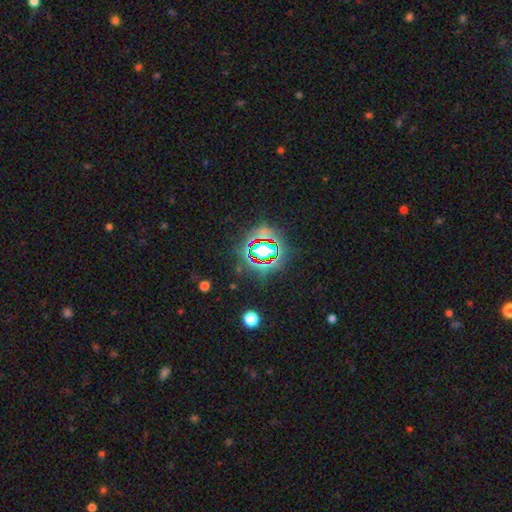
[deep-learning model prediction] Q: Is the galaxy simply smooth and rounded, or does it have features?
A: star or artifact — 79%.